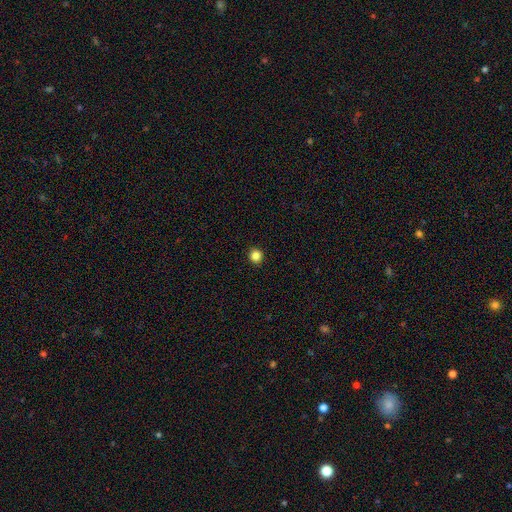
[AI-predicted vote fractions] Q: Smooth or featured?
A: smooth (85%); runner-up: star or artifact (12%)
Q: How rounded?
A: round (92%); runner-up: in between (7%)
Q: Merging?
A: none (93%); runner-up: minor disturbance (5%)